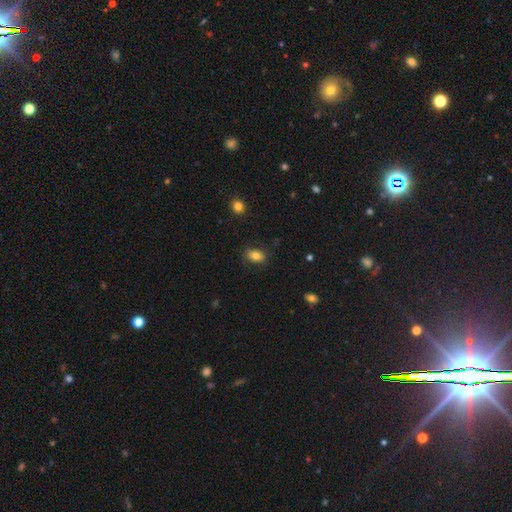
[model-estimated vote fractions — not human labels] smooth-or-featured: smooth: 79% | featured or disk: 12% | star or artifact: 9%
  how-rounded: in between: 84% | round: 14% | cigar-shaped: 2%
  merging: none: 80% | minor disturbance: 14% | major disturbance: 4% | merger: 1%